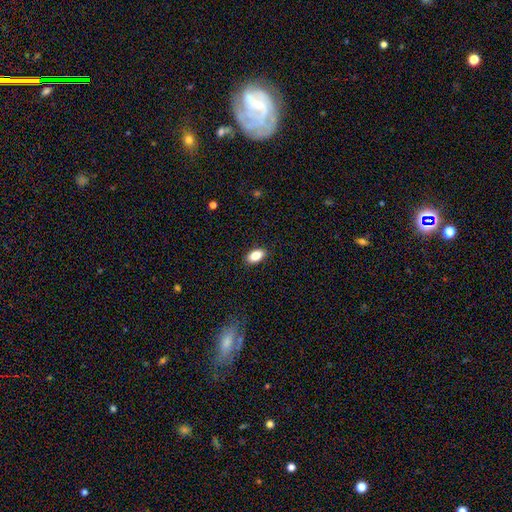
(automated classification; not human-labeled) Smooth or featured? Predicted: smooth (p=0.85). How rounded? Predicted: in between (p=0.91). Merging? Predicted: none (p=0.89).